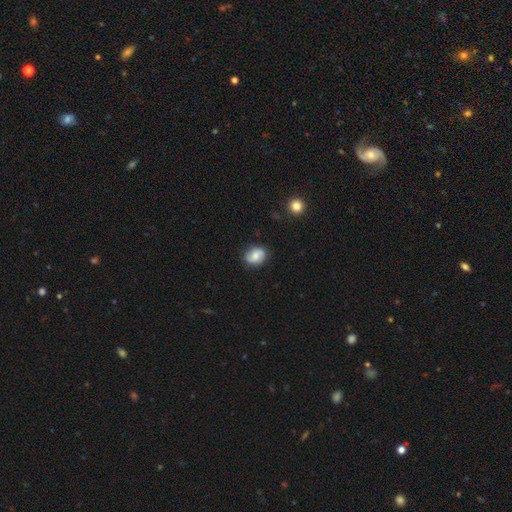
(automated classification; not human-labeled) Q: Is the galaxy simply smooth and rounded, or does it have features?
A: featured or disk — 51%.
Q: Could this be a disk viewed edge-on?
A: no — 97%.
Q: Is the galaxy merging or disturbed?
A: none — 78%.